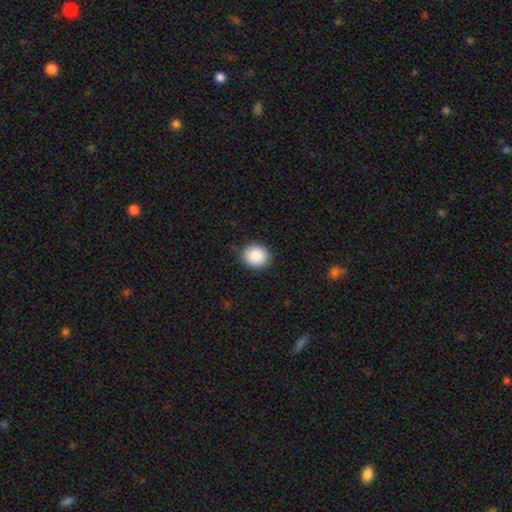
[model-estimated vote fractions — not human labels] Smooth or featured: smooth — 89% (star or artifact — 7%)
How rounded: round — 76% (in between — 23%)
Merging: none — 86% (minor disturbance — 11%)